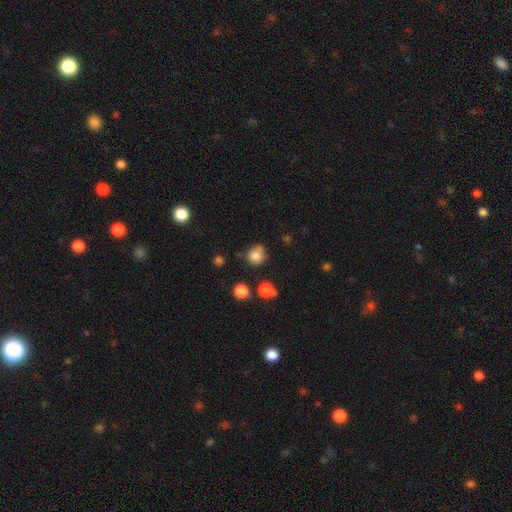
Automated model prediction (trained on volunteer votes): A smooth galaxy with no disk features (81%) that is round (83%). Merging: none (63%).